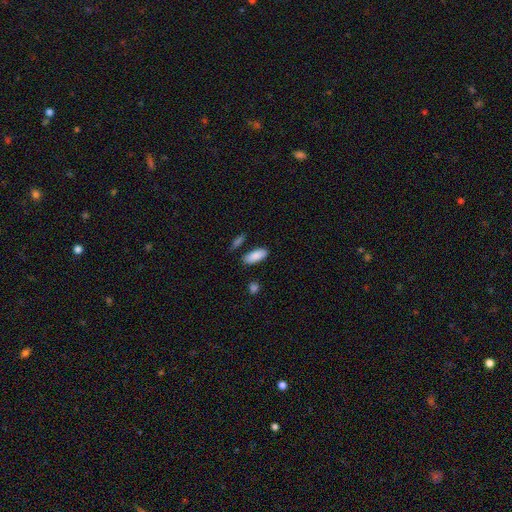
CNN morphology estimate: smooth_or_featured: smooth (p=0.88) [alt: star or artifact p=0.06]
how_rounded: in between (p=0.83) [alt: cigar-shaped p=0.15]
merging: none (p=0.81) [alt: minor disturbance p=0.12]